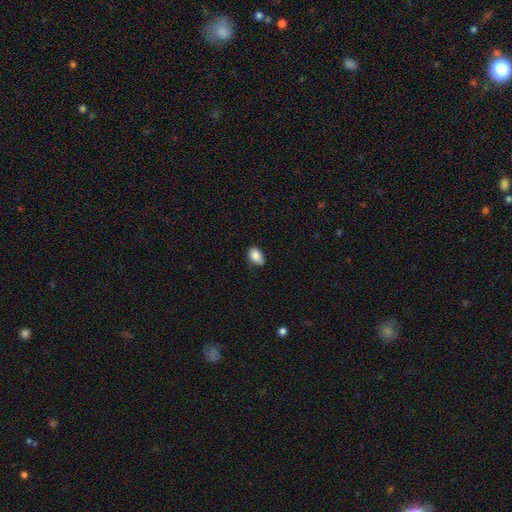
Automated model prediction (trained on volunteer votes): Q: Smooth or featured?
A: smooth (86%); runner-up: star or artifact (8%)
Q: How rounded?
A: in between (86%); runner-up: round (13%)
Q: Merging?
A: none (69%); runner-up: minor disturbance (26%)